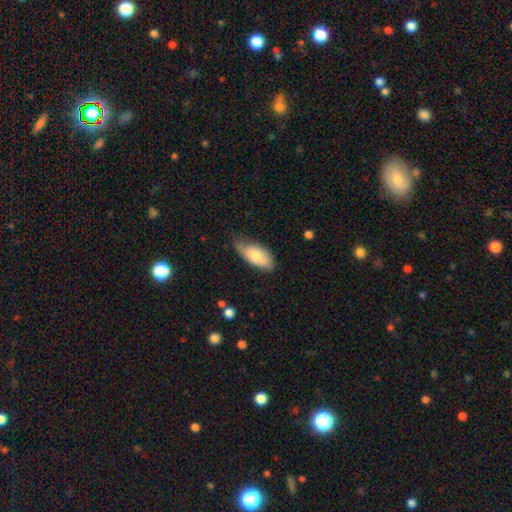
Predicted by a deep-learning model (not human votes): Q: Smooth or featured?
A: smooth (79%); runner-up: featured or disk (15%)
Q: How rounded?
A: in between (90%); runner-up: cigar-shaped (8%)
Q: Merging?
A: none (60%); runner-up: minor disturbance (33%)